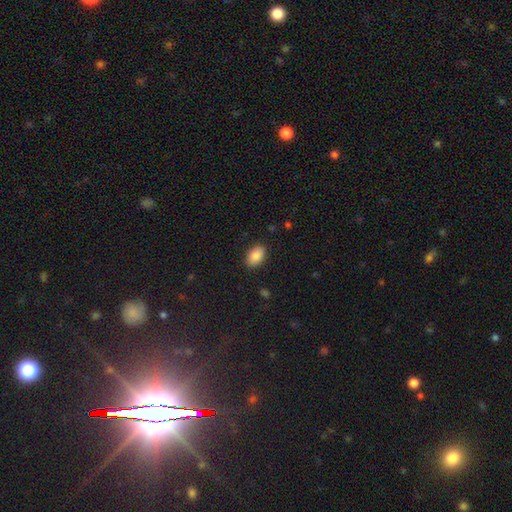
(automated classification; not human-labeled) Smooth or featured? smooth (87%)
How rounded? in between (89%)
Merging? none (88%)